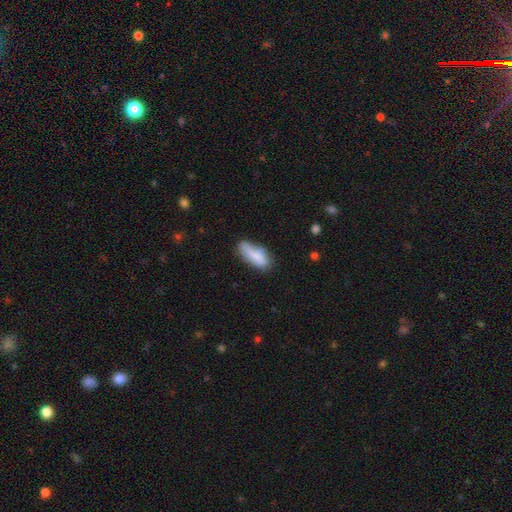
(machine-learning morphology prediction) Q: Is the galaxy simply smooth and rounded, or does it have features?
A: smooth — 75%.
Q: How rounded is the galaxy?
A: in between — 72%.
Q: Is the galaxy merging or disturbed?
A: none — 56%.